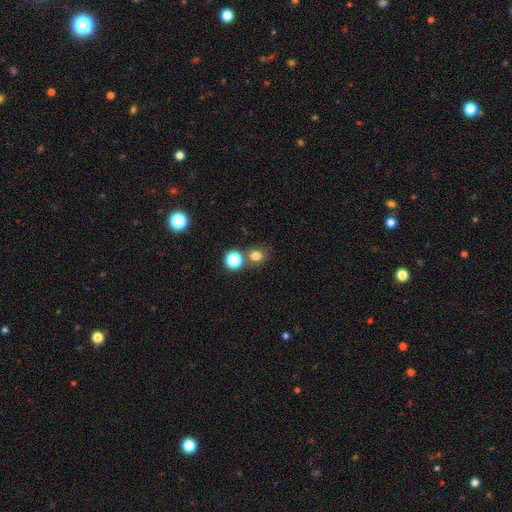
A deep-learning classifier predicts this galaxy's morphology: Q: Smooth or featured?
A: smooth (74%); runner-up: star or artifact (19%)
Q: How rounded?
A: round (78%); runner-up: in between (21%)
Q: Merging?
A: none (67%); runner-up: merger (19%)